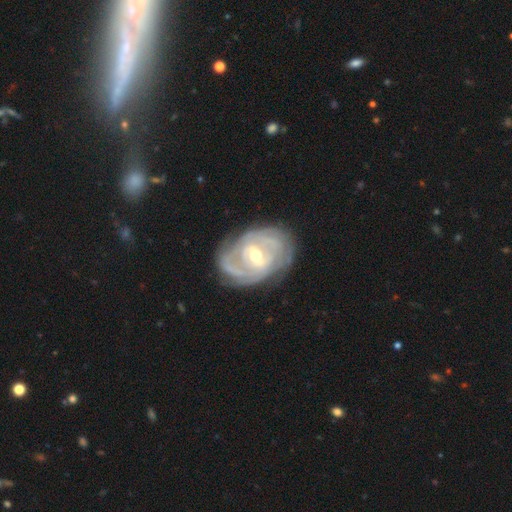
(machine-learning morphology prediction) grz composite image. It shows a featured or disk galaxy (88%) with a weak bar (52%), can't tell (33%, tied with 2) tight (68%) spiral arms (92%) and a moderate central bulge (63%). Merging: none (73%).